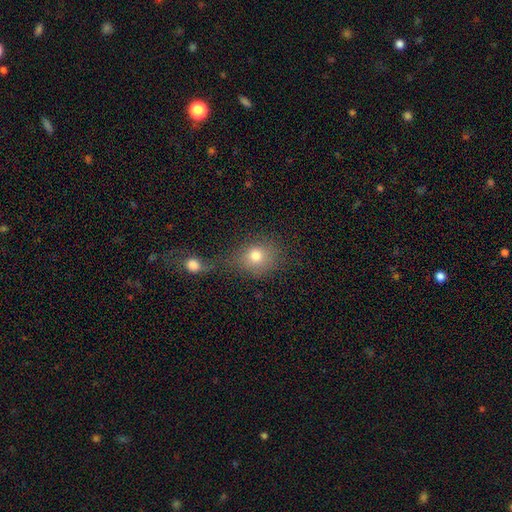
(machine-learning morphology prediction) smooth-or-featured: smooth: 77% | star or artifact: 12% | featured or disk: 11%
  how-rounded: round: 73% | in between: 26% | cigar-shaped: 1%
  merging: none: 41% (tied) | merger: 41% (tied) | minor disturbance: 10% | major disturbance: 9%